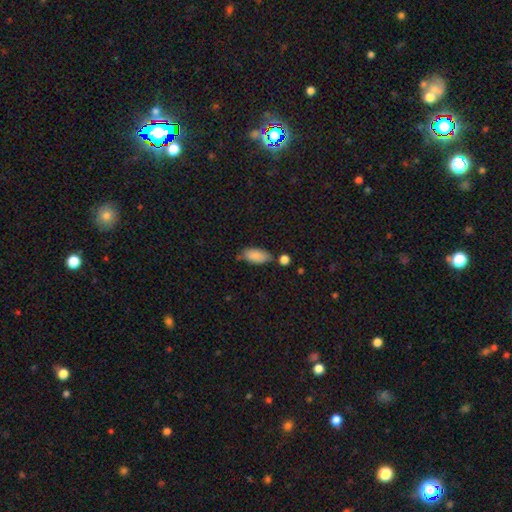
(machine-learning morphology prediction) The model was most divided on "merging": none: 63%, minor disturbance: 22%, merger: 11%, major disturbance: 5%. More confident: how rounded — in between (90%); smooth or featured — smooth (87%).